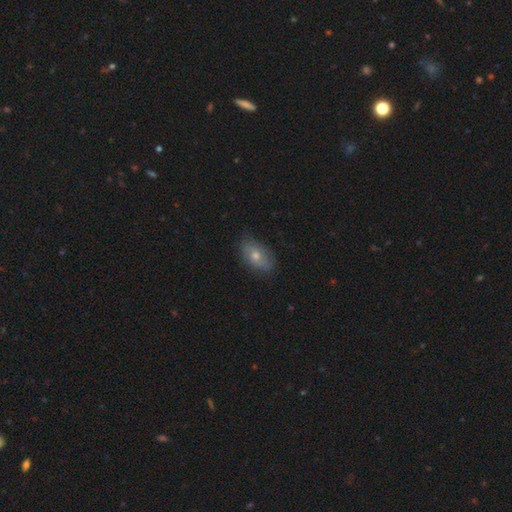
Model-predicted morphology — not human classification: type=smooth (64%); roundness=in between (88%); merging=none (78%).